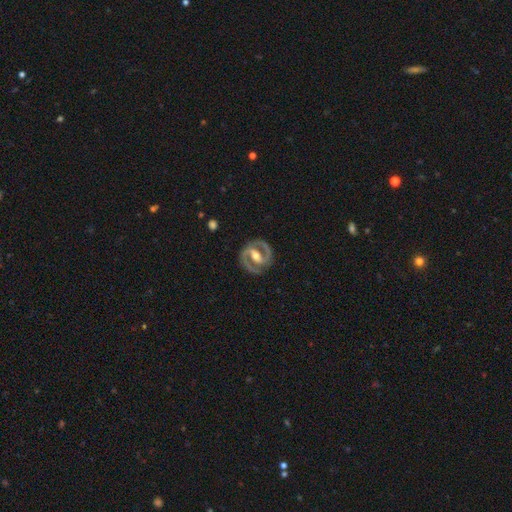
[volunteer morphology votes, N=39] smooth_or_featured: featured or disk (p=0.95) [alt: smooth p=0.03]
disk_edge_on: no (p=1.00)
bar: strong (p=0.62) [alt: weak p=0.30]
has_spiral_arms: yes (p=1.00)
spiral_winding: tight (p=0.51) [alt: medium p=0.43]
spiral_arm_count: 2 (p=1.00)
bulge_size: moderate (p=0.73) [alt: small p=0.19]
merging: none (p=1.00)